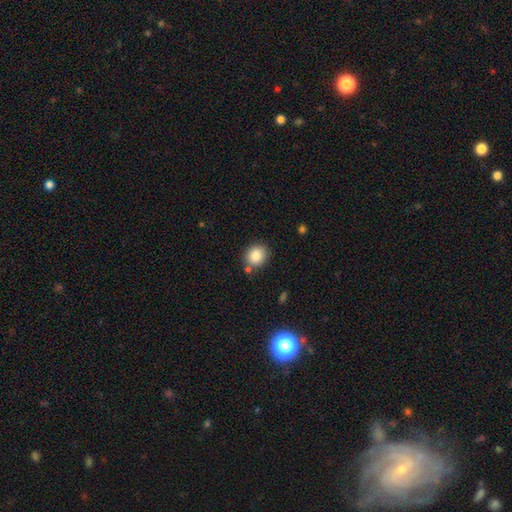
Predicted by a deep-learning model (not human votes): smooth 83%, star or artifact 9%, featured or disk 7%. Down the decision tree: how rounded — round (82%); merging — none (80%).